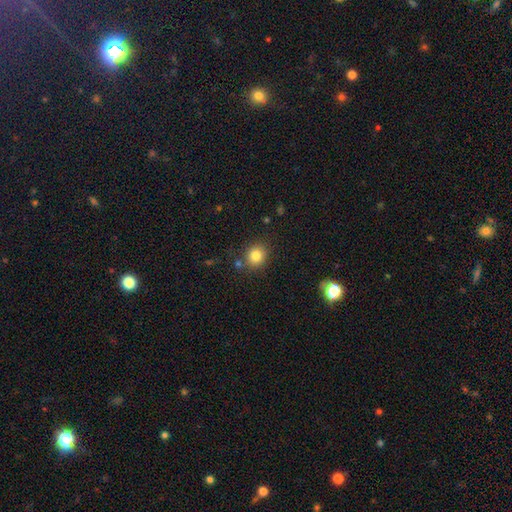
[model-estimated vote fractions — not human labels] This is clearly a smooth galaxy (82%). How rounded: likely round (78%). Merging: clearly none (81%).